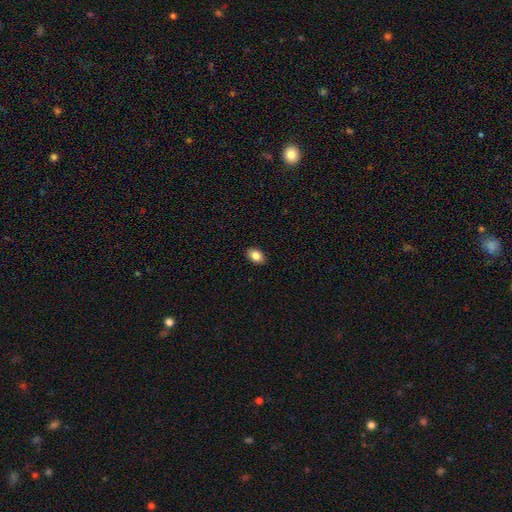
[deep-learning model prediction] smooth_or_featured: smooth (p=0.86) [alt: star or artifact p=0.08]
how_rounded: in between (p=0.86) [alt: round p=0.13]
merging: none (p=0.90) [alt: minor disturbance p=0.07]